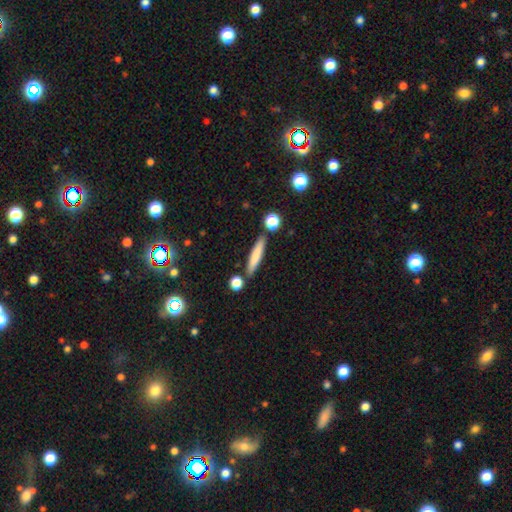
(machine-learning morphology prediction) smooth_or_featured: smooth (p=0.76) [alt: featured or disk p=0.17]
how_rounded: cigar-shaped (p=0.87) [alt: in between p=0.11]
merging: none (p=0.82) [alt: minor disturbance p=0.10]